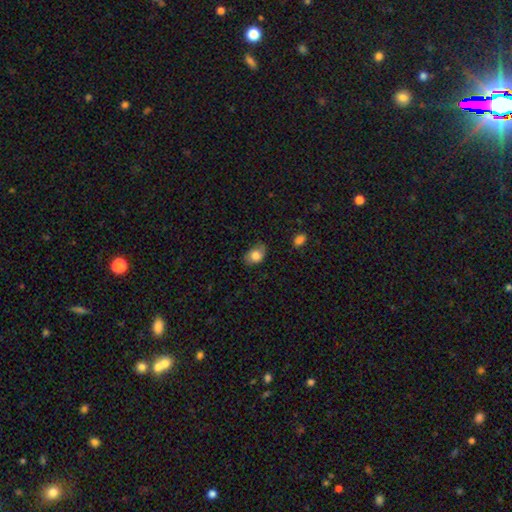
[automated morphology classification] Smooth or featured?
  - smooth: 81% *
  - featured or disk: 11%
  - star or artifact: 8%
How rounded?
  - in between: 76% *
  - round: 22%
  - cigar-shaped: 1%
Merging?
  - none: 67% *
  - minor disturbance: 26%
  - major disturbance: 6%
  - merger: 1%